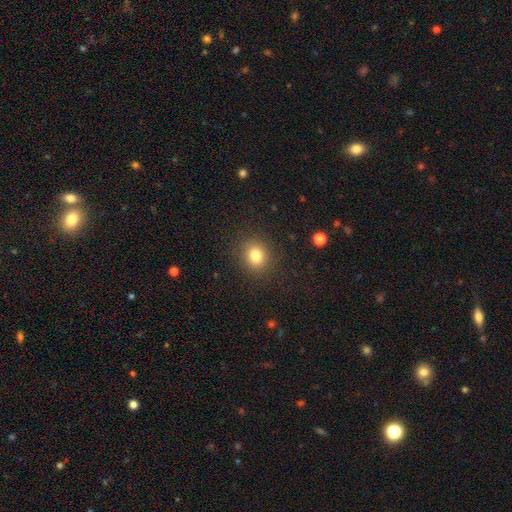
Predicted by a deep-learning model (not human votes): smooth_or_featured: smooth (p=0.81) [alt: star or artifact p=0.12]
how_rounded: round (p=0.79) [alt: in between p=0.20]
merging: none (p=0.88) [alt: minor disturbance p=0.07]